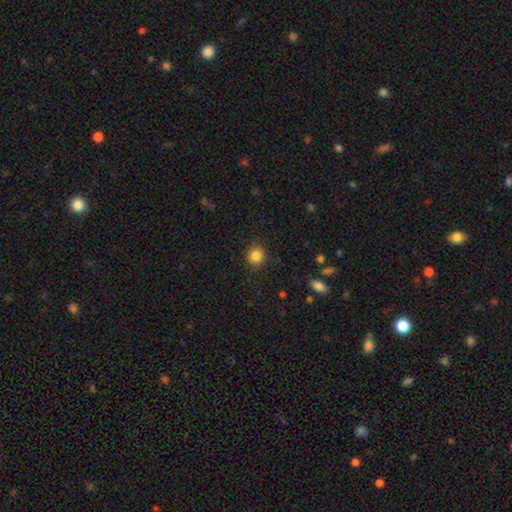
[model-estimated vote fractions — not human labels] Q: Smooth or featured?
A: smooth (85%); runner-up: star or artifact (10%)
Q: How rounded?
A: round (84%); runner-up: in between (15%)
Q: Merging?
A: none (88%); runner-up: minor disturbance (8%)